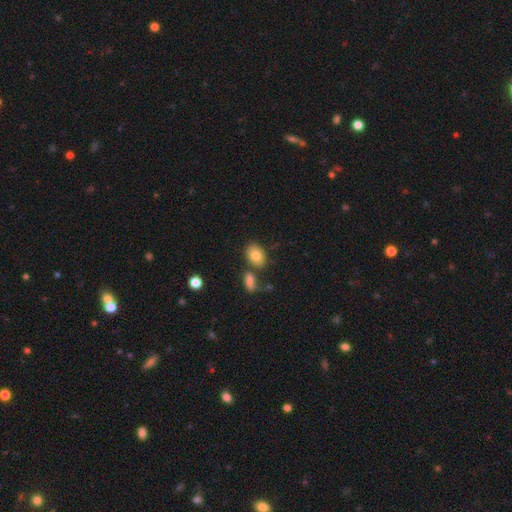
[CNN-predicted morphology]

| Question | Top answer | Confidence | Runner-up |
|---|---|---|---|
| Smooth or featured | smooth | 81% | featured or disk (11%) |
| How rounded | in between | 78% | round (21%) |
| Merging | none | 67% | merger (14%) |